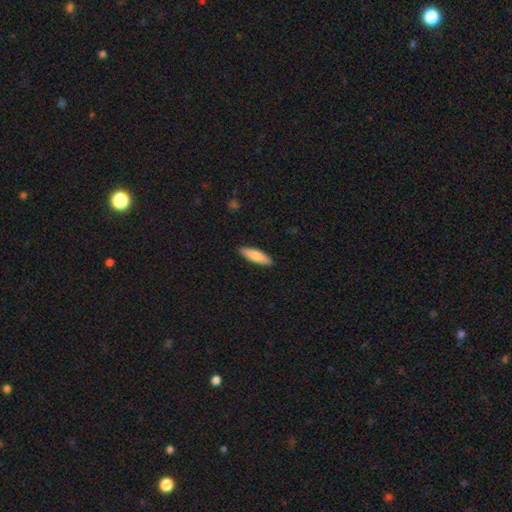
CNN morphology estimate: A smooth galaxy with no disk features (80%) that is cigar-shaped (60%).

Vote fractions:
- Smooth or featured? smooth: 80% / featured or disk: 14% / star or artifact: 5%
- How rounded? cigar-shaped: 60% / in between: 39% / round: 2%
- Merging? none: 90% / minor disturbance: 8% / major disturbance: 2% / merger: 1%